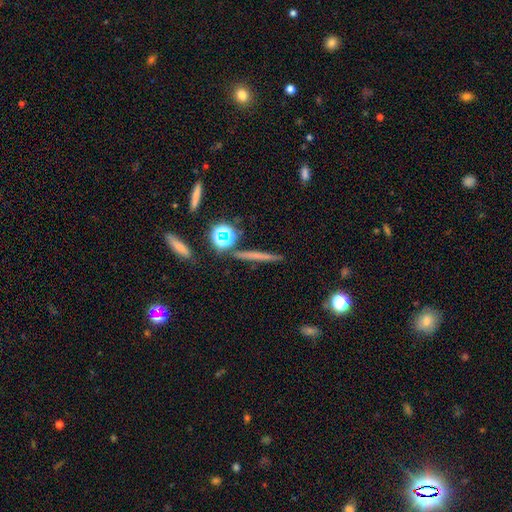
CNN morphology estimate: type=smooth (46%); merging=none (86%).